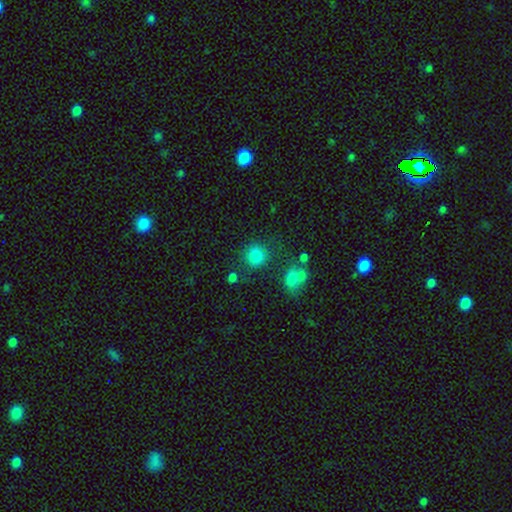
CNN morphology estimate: Smooth or featured: smooth — 81% (star or artifact — 12%)
How rounded: round — 84% (in between — 15%)
Merging: none — 73% (minor disturbance — 12%)